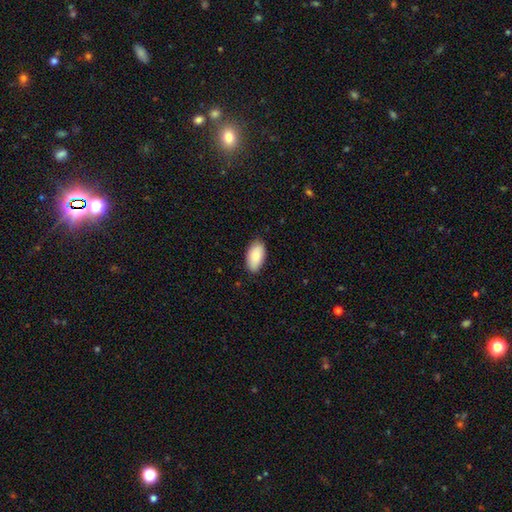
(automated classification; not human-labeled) Smooth or featured?
  - smooth: 83% *
  - featured or disk: 11%
  - star or artifact: 6%
How rounded?
  - in between: 95% *
  - round: 3%
  - cigar-shaped: 2%
Merging?
  - none: 85% *
  - minor disturbance: 12%
  - major disturbance: 2%
  - merger: 1%